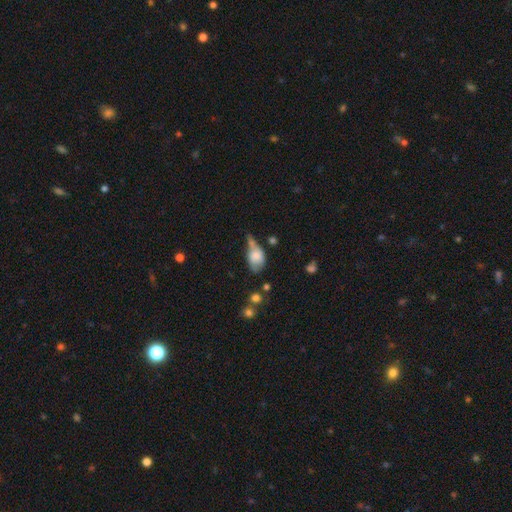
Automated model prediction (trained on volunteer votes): A smooth galaxy with no disk features (68%) that is in between round and cigar-shaped (83%).

Vote fractions:
- Smooth or featured? smooth: 68% / featured or disk: 23% / star or artifact: 8%
- How rounded? in between: 83% / round: 14% / cigar-shaped: 3%
- Merging? minor disturbance: 35% / major disturbance: 25% / none: 23% / merger: 18%